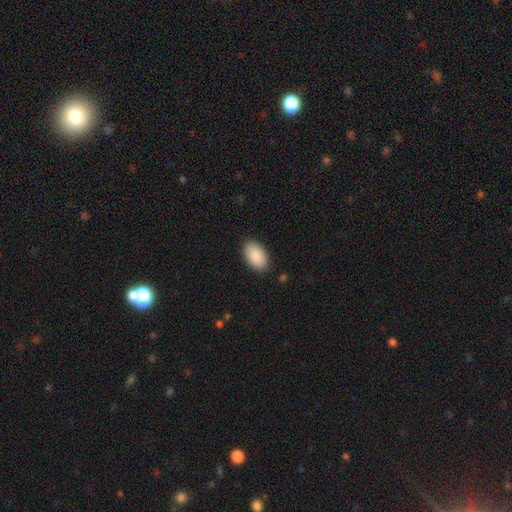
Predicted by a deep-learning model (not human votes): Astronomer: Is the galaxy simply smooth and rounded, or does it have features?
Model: smooth — 90%.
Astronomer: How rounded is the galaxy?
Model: in between — 95%.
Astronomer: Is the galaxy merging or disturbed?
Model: none — 88%.